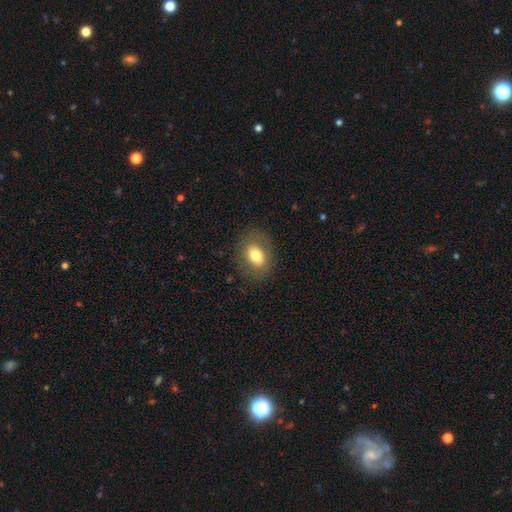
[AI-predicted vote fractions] smooth-or-featured: smooth: 76% | featured or disk: 15% | star or artifact: 9%
  how-rounded: in between: 68% | round: 30% | cigar-shaped: 1%
  merging: none: 83% | minor disturbance: 11% | major disturbance: 5% | merger: 1%